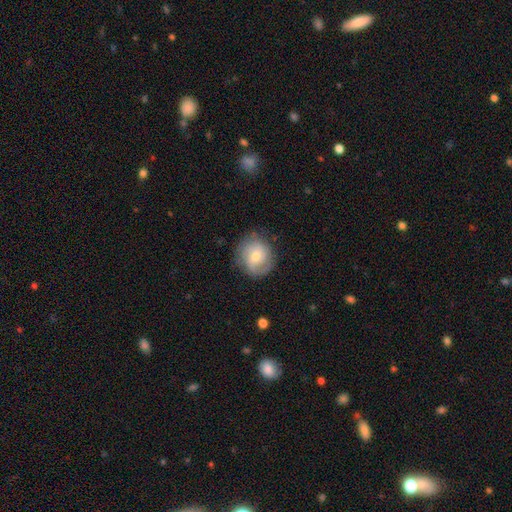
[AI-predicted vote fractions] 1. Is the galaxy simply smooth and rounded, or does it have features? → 48% featured or disk, 44% smooth, 8% star or artifact.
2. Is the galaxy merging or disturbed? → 77% none, 16% minor disturbance, 6% major disturbance, 1% merger.